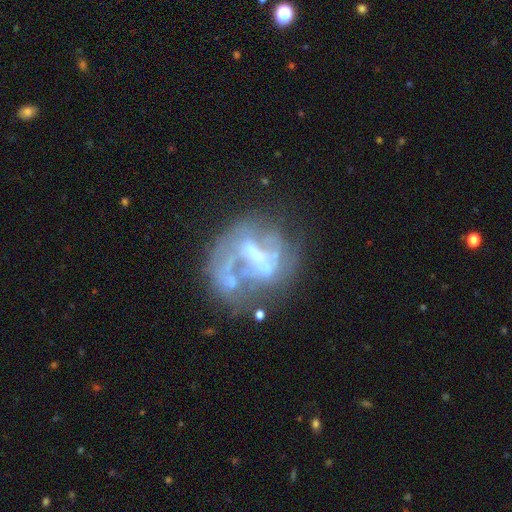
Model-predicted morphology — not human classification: Smooth or featured? featured or disk (72%)
Edge-on disk? no (97%)
Bar? no (41%)
Spiral arms? no (58%)
Bulge size? none (33%)
Merging? none (41%)